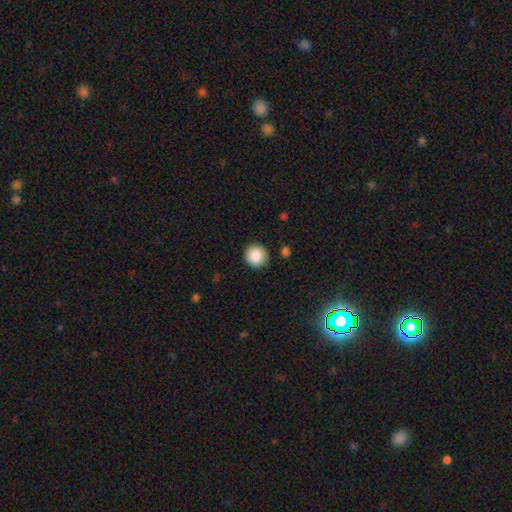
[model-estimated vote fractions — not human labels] Q: Smooth or featured?
A: smooth (86%); runner-up: star or artifact (9%)
Q: How rounded?
A: round (93%); runner-up: in between (6%)
Q: Merging?
A: none (91%); runner-up: minor disturbance (6%)